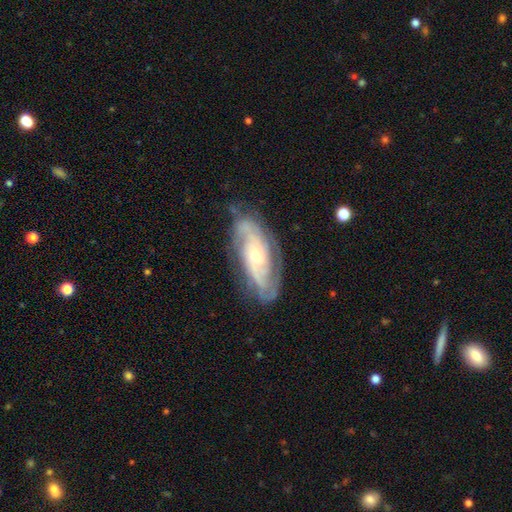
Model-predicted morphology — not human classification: A featured or disk galaxy (83%) with no bar (67%), 2 (50%) tight (54%) spiral arms (94%) and a small central bulge (60%).

Vote fractions:
- Smooth or featured? featured or disk: 83% / smooth: 11% / star or artifact: 5%
- Edge-on disk? no: 91% / yes: 9%
- Bar? no: 67% / weak: 25% / strong: 8%
- Spiral arms? yes: 94% / no: 6%
- Spiral winding? tight: 54% / medium: 36% / loose: 10%
- Spiral arm count? 2: 50% / can't tell: 26% / 3: 13% / 4: 4% / 1: 3% / more than 4: 3%
- Bulge size? small: 60% / moderate: 35% / large: 3% / none: 2% / dominant: 1%
- Merging? none: 74% / minor disturbance: 18% / major disturbance: 6% / merger: 2%